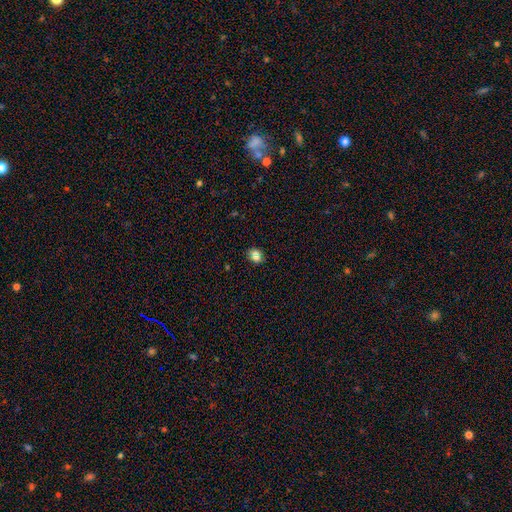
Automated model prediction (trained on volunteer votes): Q: Smooth or featured?
A: smooth (72%); runner-up: star or artifact (17%)
Q: How rounded?
A: round (60%); runner-up: in between (38%)
Q: Merging?
A: none (59%); runner-up: merger (21%)